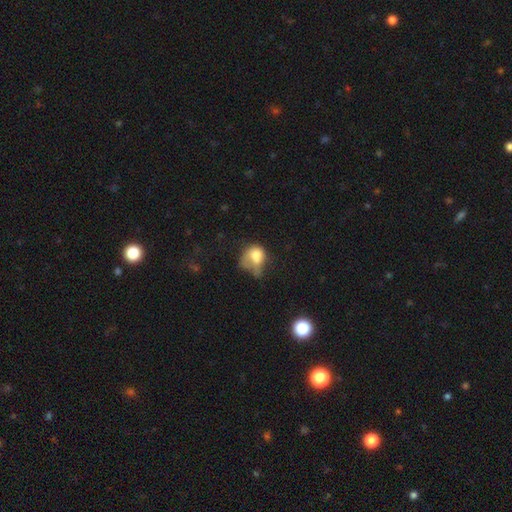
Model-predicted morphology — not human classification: This is likely a smooth galaxy (69%). How rounded: possibly in between (50%). Merging: marginally major disturbance (39%).